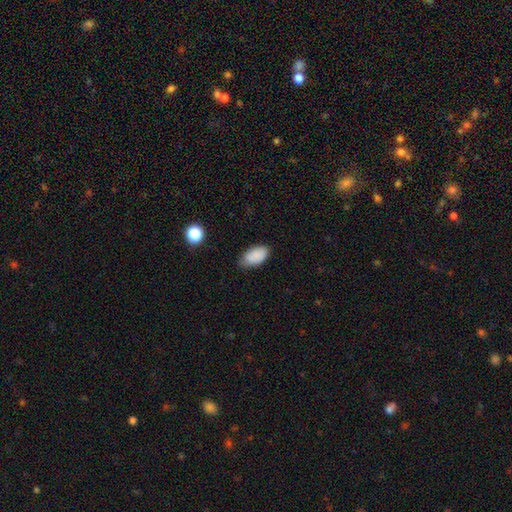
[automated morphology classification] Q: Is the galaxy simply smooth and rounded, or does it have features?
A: smooth — 88%.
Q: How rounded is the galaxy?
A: in between — 94%.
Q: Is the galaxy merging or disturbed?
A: none — 72%.